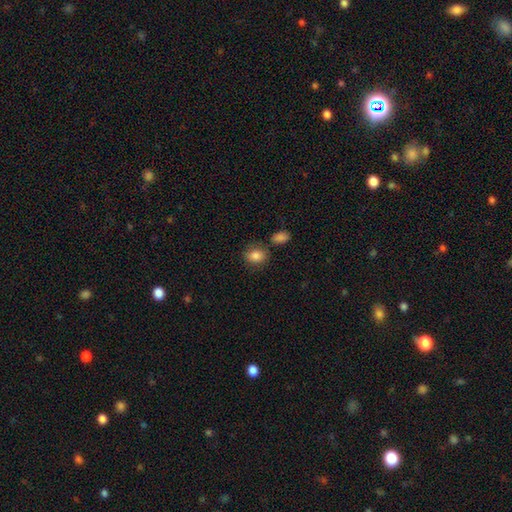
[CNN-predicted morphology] Overall: smooth (84%). How rounded: in between (56%; round 43%). Merging: none (73%).